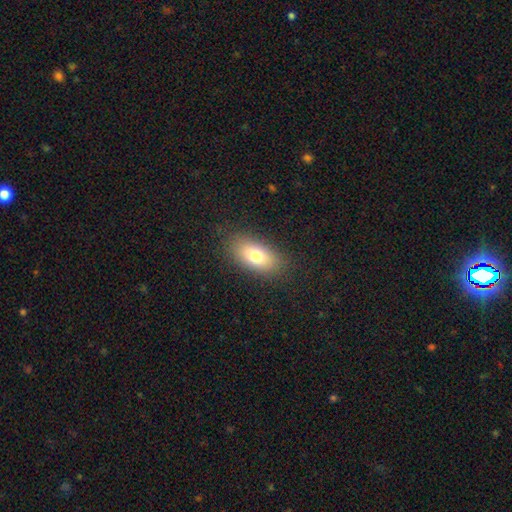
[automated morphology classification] Smooth or featured? Predicted: smooth (p=0.76). How rounded? Predicted: in between (p=0.89). Merging? Predicted: none (p=0.85).